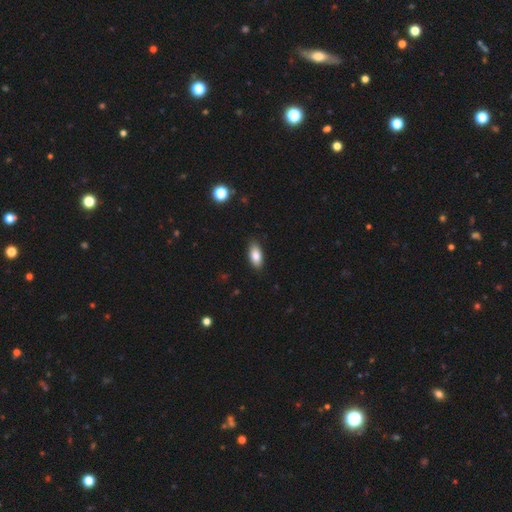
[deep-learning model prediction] Overall: smooth (83%). How rounded: in between (88%). Merging: none (87%).